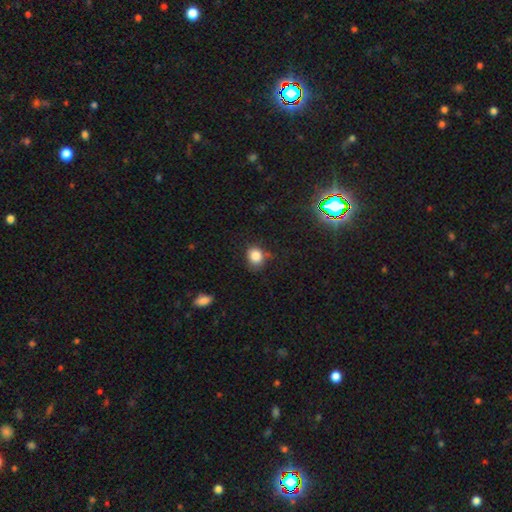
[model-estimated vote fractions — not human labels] A smooth galaxy with no disk features (83%) that is round (60%).

Vote fractions:
- Smooth or featured? smooth: 83% / star or artifact: 11% / featured or disk: 6%
- How rounded? round: 60% / in between: 39% / cigar-shaped: 1%
- Merging? none: 65% / minor disturbance: 24% / major disturbance: 7% / merger: 4%